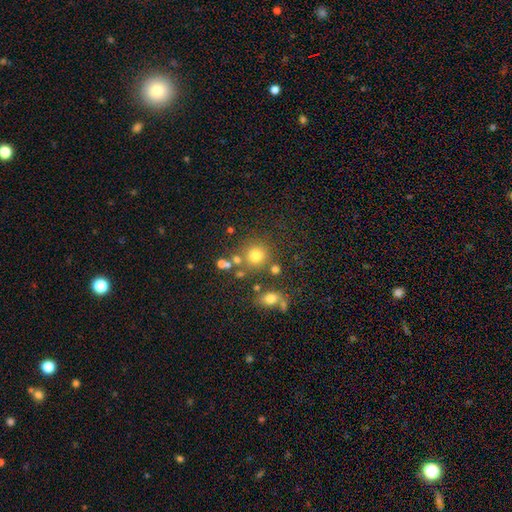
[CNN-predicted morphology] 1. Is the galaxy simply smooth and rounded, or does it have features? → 74% smooth, 17% star or artifact, 9% featured or disk.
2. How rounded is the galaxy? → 90% round, 9% in between, 1% cigar-shaped.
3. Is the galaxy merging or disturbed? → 72% none, 13% merger, 10% minor disturbance, 5% major disturbance.